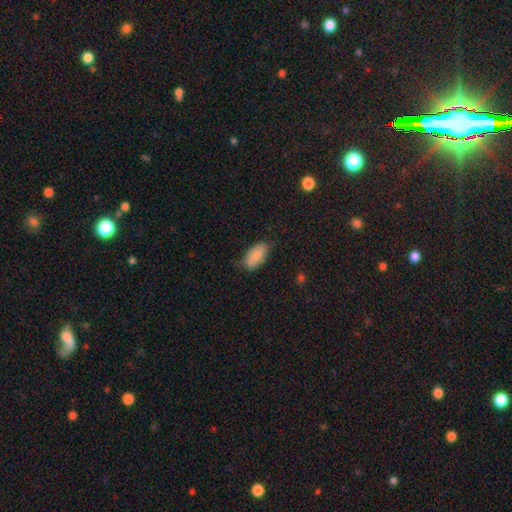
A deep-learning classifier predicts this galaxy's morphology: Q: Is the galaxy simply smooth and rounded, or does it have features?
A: smooth — 84%.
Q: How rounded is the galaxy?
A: in between — 93%.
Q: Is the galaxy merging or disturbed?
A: none — 69%.